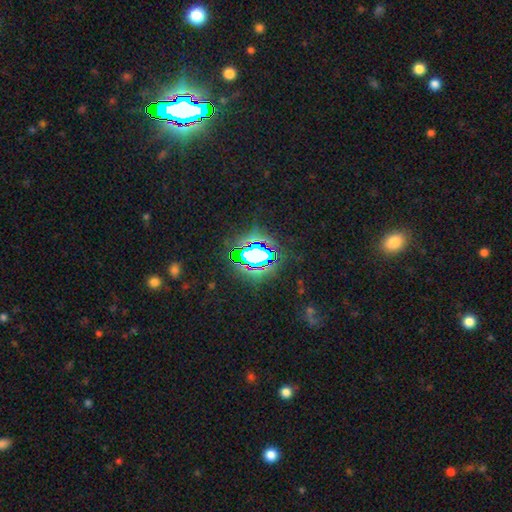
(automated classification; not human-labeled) A star or artifact, not a galaxy (71%).

Vote fractions:
- Smooth or featured? star or artifact: 71% / smooth: 16% / featured or disk: 13%